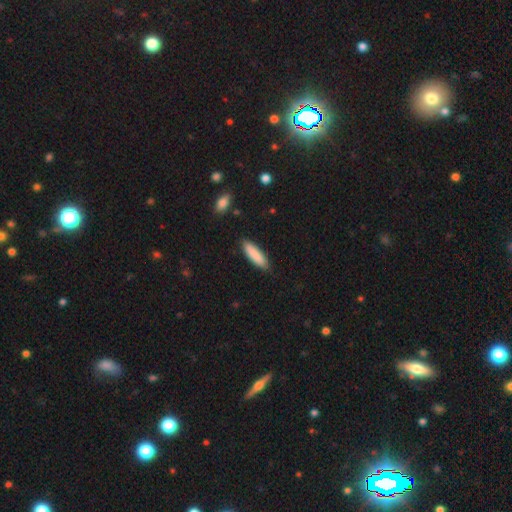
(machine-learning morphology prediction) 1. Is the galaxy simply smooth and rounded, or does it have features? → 88% smooth, 7% featured or disk, 6% star or artifact.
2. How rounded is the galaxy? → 59% cigar-shaped, 40% in between, 1% round.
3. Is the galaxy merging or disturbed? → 84% none, 12% minor disturbance, 2% major disturbance, 1% merger.